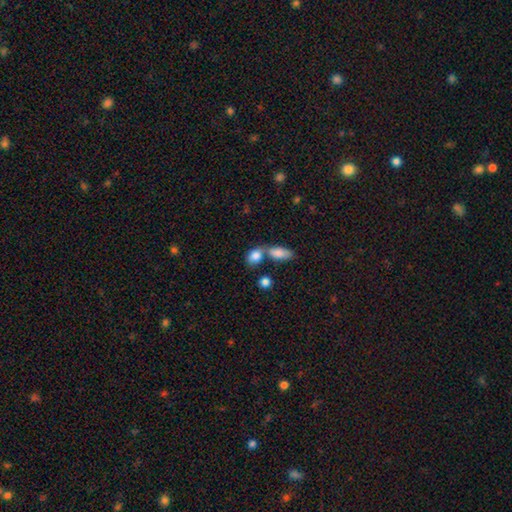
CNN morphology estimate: Q: Smooth or featured?
A: smooth (84%); runner-up: featured or disk (8%)
Q: How rounded?
A: in between (73%); runner-up: round (24%)
Q: Merging?
A: merger (44%); runner-up: none (40%)